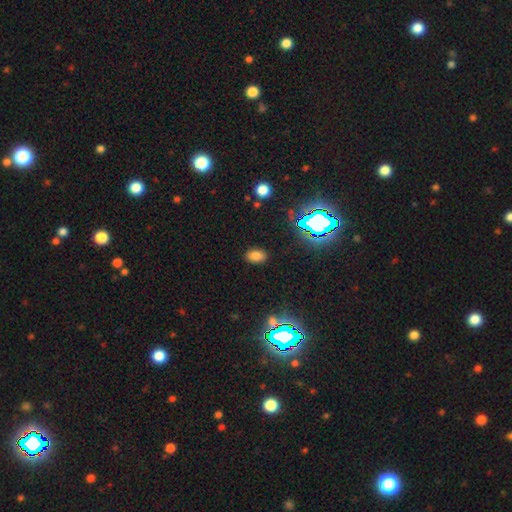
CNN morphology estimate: This appears to be a smooth galaxy with no disk features (73%) that is in between round and cigar-shaped (85%). Merging: none (87%).